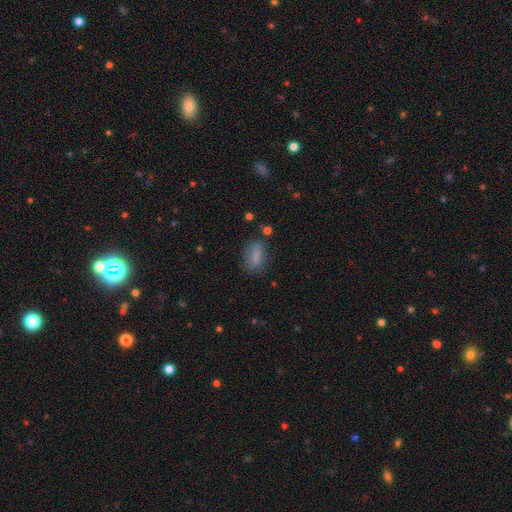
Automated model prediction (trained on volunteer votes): This appears to be a smooth galaxy with no disk features (79%) that is in between round and cigar-shaped (77%). Merging: none (69%).